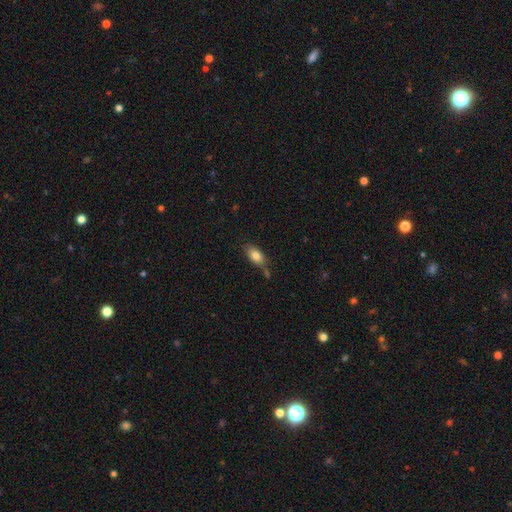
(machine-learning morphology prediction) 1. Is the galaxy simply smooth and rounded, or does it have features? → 80% smooth, 12% featured or disk, 8% star or artifact.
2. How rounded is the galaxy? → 87% in between, 8% cigar-shaped, 5% round.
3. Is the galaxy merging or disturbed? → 60% none, 21% minor disturbance, 12% merger, 6% major disturbance.